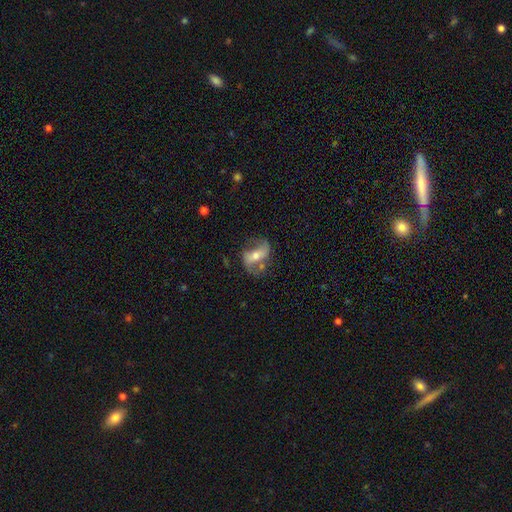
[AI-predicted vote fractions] A featured or disk galaxy (77%) with a strong bar (43%), 2 (88%) loose (49%) spiral arms (88%) and a moderate central bulge (56%). Merging: none (64%).